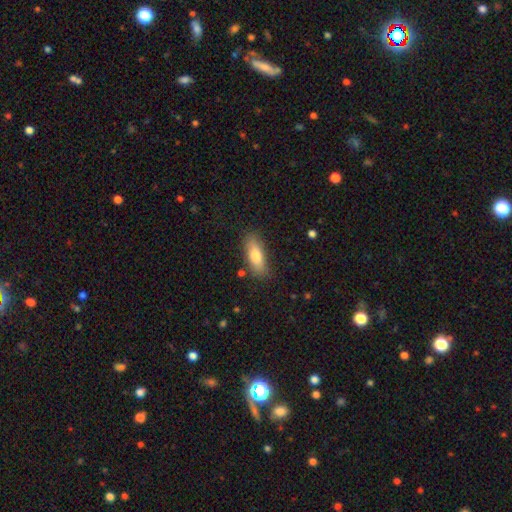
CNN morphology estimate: A smooth galaxy with no disk features (76%) that is in between round and cigar-shaped (65%). Merging: none (82%).